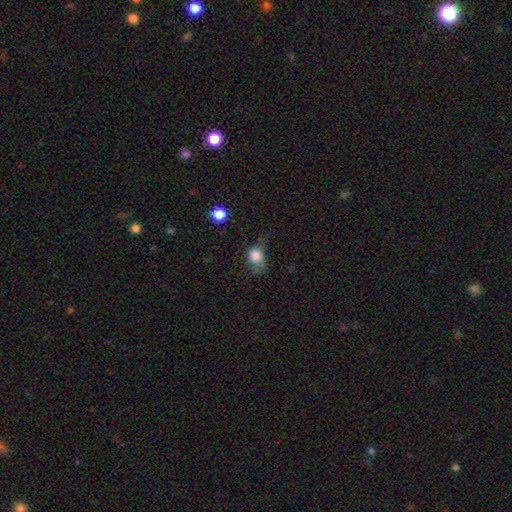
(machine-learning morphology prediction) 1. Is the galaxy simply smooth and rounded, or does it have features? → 79% smooth, 11% star or artifact, 11% featured or disk.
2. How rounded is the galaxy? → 61% round, 37% in between, 2% cigar-shaped.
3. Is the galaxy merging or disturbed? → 36% minor disturbance, 35% none, 25% major disturbance, 4% merger.